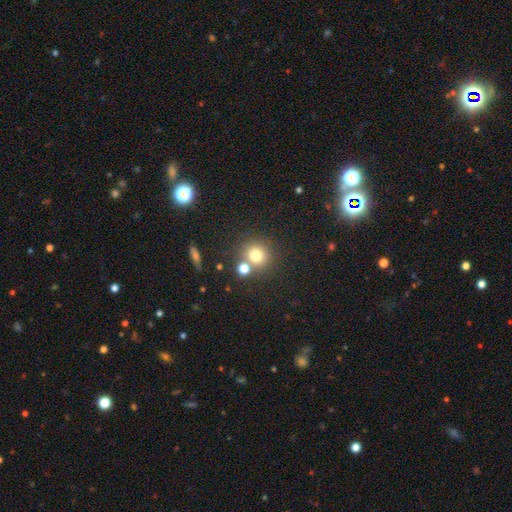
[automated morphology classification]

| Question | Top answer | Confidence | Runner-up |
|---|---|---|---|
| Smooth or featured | smooth | 76% | star or artifact (15%) |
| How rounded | round | 90% | in between (9%) |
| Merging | none | 67% | merger (21%) |